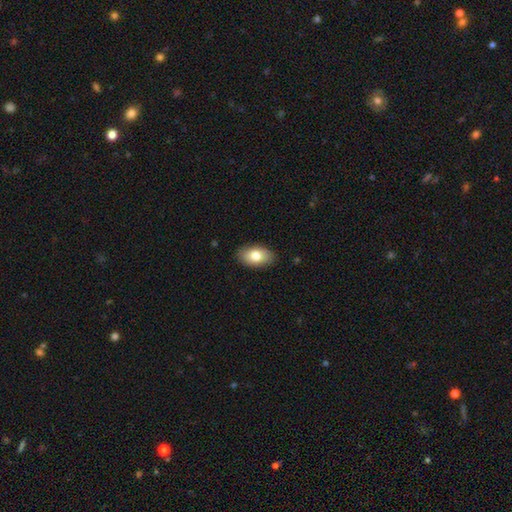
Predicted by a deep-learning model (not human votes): Smooth or featured?
  - smooth: 79% *
  - featured or disk: 14%
  - star or artifact: 7%
How rounded?
  - in between: 92% *
  - round: 6%
  - cigar-shaped: 2%
Merging?
  - none: 87% *
  - minor disturbance: 10%
  - major disturbance: 2%
  - merger: 1%